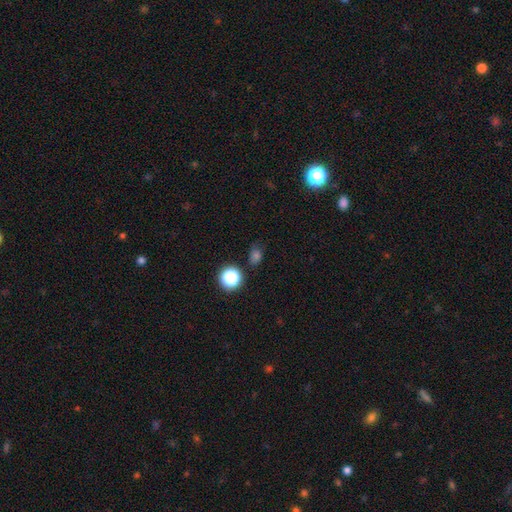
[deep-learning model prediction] smooth-or-featured: smooth: 65% | star or artifact: 29% | featured or disk: 6%
  how-rounded: round: 52% | in between: 46% | cigar-shaped: 2%
  merging: none: 77% | minor disturbance: 14% | major disturbance: 4% | merger: 4%